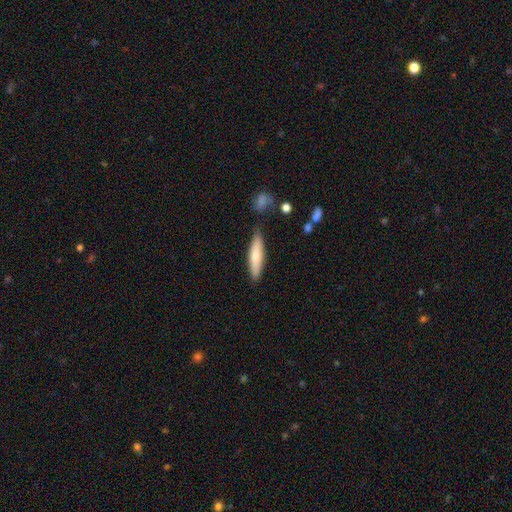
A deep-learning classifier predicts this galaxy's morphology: Q: Smooth or featured?
A: smooth (72%); runner-up: featured or disk (22%)
Q: How rounded?
A: cigar-shaped (76%); runner-up: in between (23%)
Q: Merging?
A: none (78%); runner-up: minor disturbance (15%)